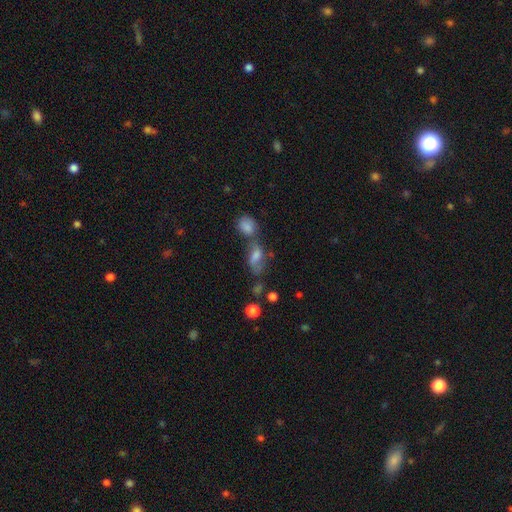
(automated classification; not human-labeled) Smooth or featured: smooth — 47% (featured or disk — 33%)
Merging: merger — 38% (none — 36%)